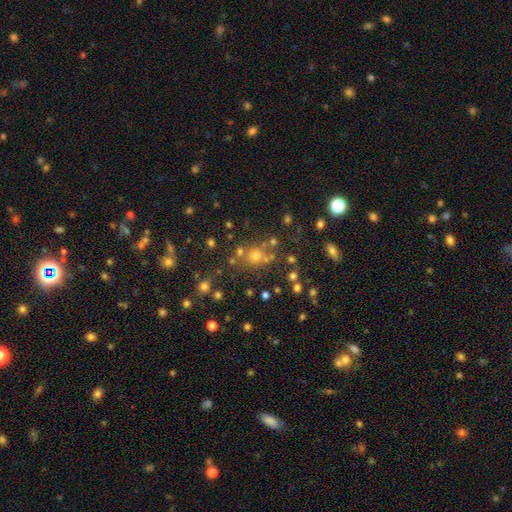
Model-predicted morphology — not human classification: Smooth or featured?
  - smooth: 54% *
  - star or artifact: 32%
  - featured or disk: 14%
How rounded?
  - round: 81% *
  - in between: 18%
  - cigar-shaped: 2%
Merging?
  - none: 66% *
  - merger: 16%
  - minor disturbance: 12%
  - major disturbance: 6%